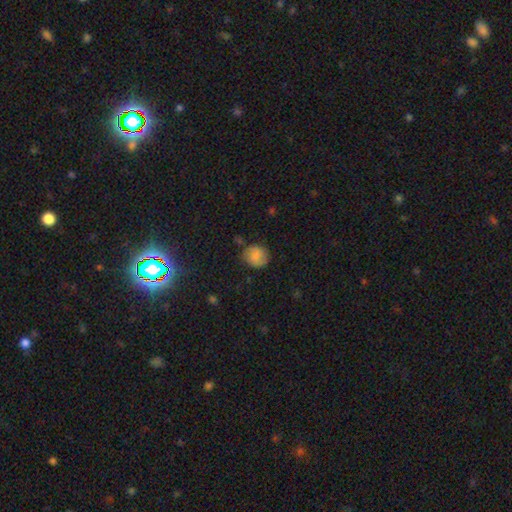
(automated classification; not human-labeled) Smooth or featured?
  - smooth: 65% *
  - featured or disk: 26%
  - star or artifact: 9%
How rounded?
  - round: 77% *
  - in between: 22%
  - cigar-shaped: 1%
Merging?
  - none: 77% *
  - minor disturbance: 17%
  - major disturbance: 4%
  - merger: 2%